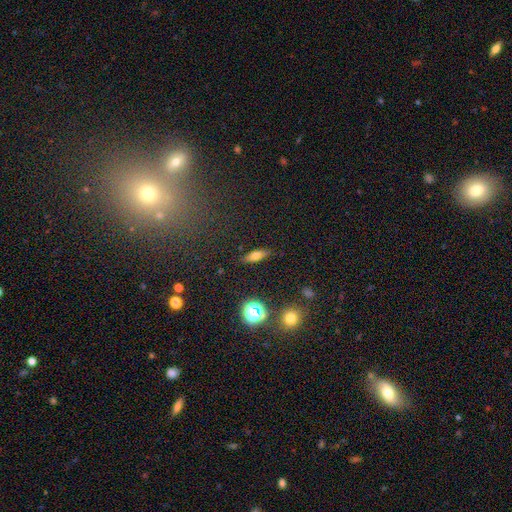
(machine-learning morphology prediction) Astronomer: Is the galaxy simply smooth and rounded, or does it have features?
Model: smooth — 61%.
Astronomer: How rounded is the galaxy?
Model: in between — 50% (runner-up: cigar-shaped, 44%).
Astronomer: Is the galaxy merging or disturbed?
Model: none — 86%.